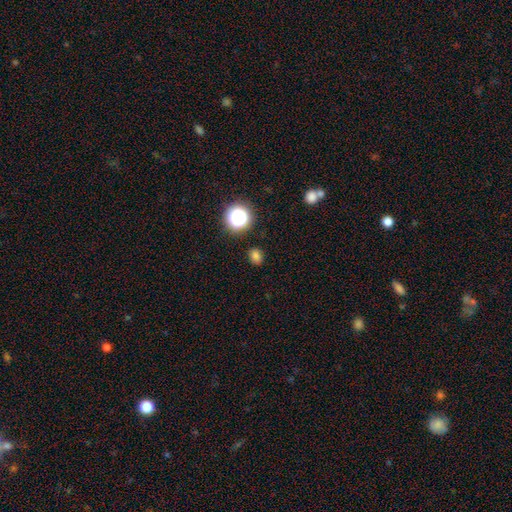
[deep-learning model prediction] Morphology: type=smooth (76%); roundness=round (55%); merging=none (85%).